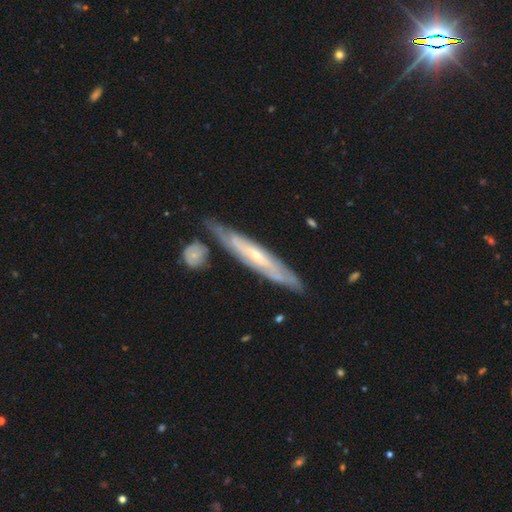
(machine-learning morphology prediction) Smooth or featured? featured or disk (76%)
Edge-on disk? yes (54%)
Merging? none (74%)